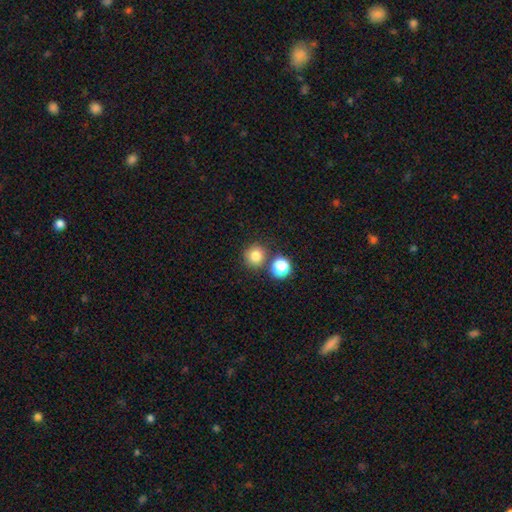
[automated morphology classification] smooth_or_featured: smooth (p=0.79) [alt: star or artifact p=0.14]
how_rounded: round (p=0.91) [alt: in between p=0.08]
merging: none (p=0.75) [alt: merger p=0.14]